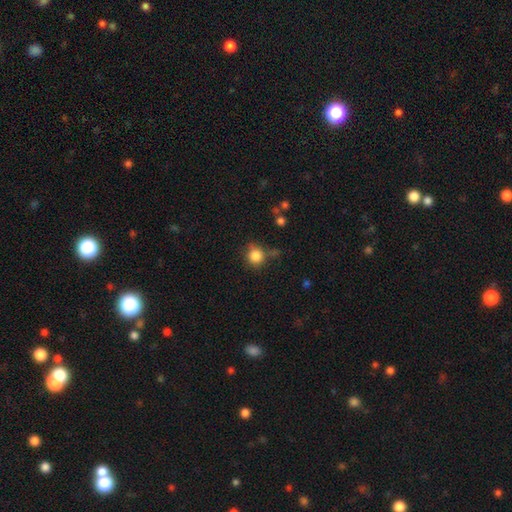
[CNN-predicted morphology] A smooth galaxy with no disk features (84%) that is round (87%). Merging: none (67%).